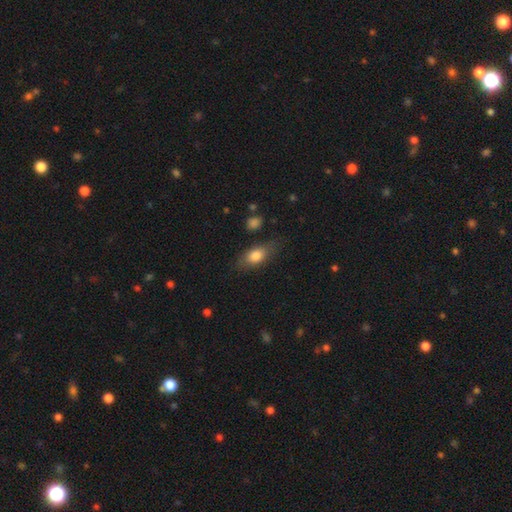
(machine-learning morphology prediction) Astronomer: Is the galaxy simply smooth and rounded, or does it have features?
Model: smooth — 77%.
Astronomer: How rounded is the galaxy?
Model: in between — 79%.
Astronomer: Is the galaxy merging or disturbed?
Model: none — 69%.